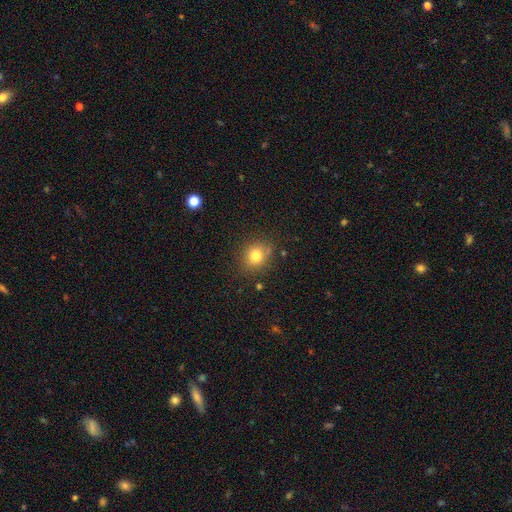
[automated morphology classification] This is likely a smooth galaxy (79%). How rounded: likely round (78%). Merging: clearly none (80%).